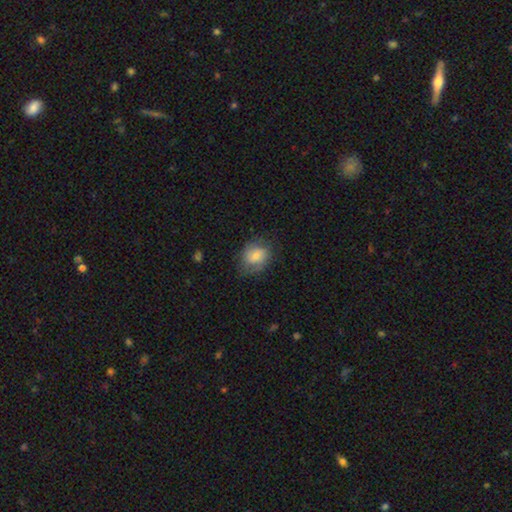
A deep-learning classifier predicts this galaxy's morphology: The model was most divided on "how rounded": in between: 51%, round: 48%, cigar-shaped: 1%. More confident: smooth or featured — smooth (70%); merging — none (64%).